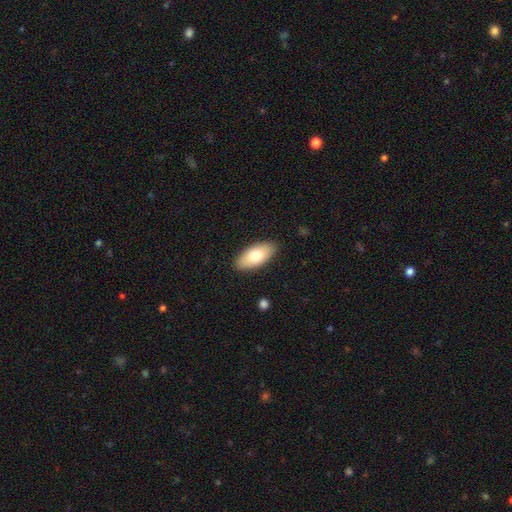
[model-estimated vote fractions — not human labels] Morphology: type=smooth (75%); roundness=in between (91%); merging=none (88%).